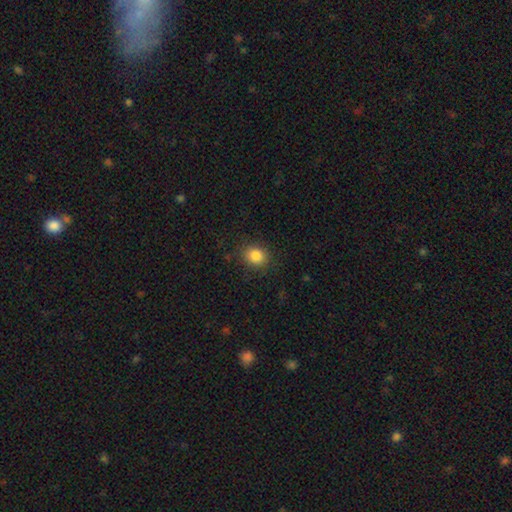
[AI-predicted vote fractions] Overall: smooth (85%). How rounded: round (66%; in between 33%). Merging: none (87%).